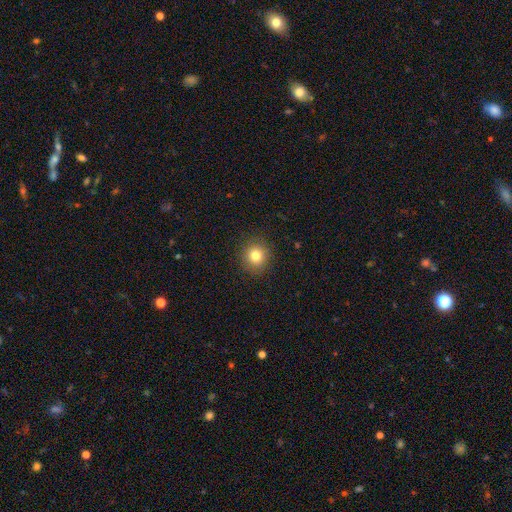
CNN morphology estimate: Smooth or featured? smooth (80%)
How rounded? round (91%)
Merging? none (90%)